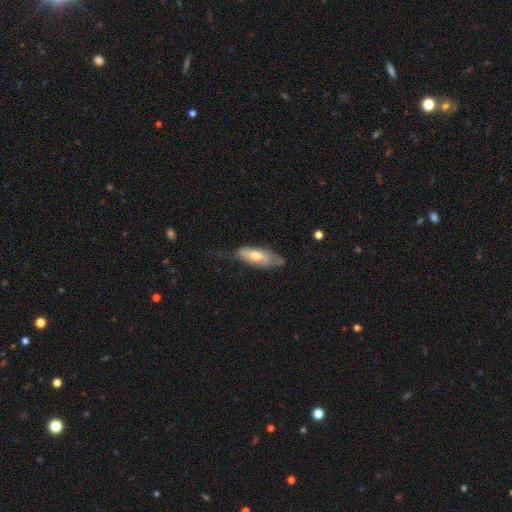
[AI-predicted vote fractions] This is possibly a smooth galaxy (48%). Merging: possibly none (46%).